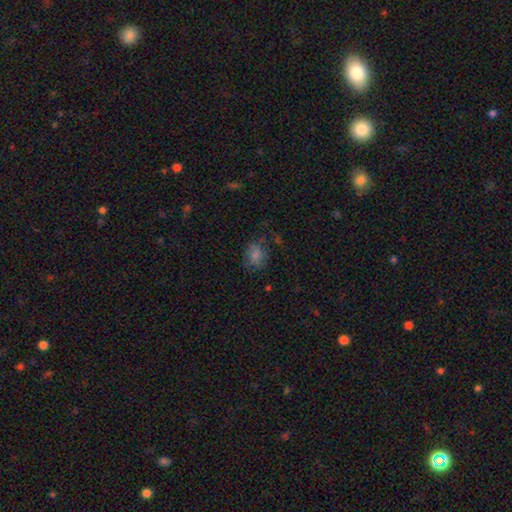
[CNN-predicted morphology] Q: Smooth or featured?
A: smooth (69%); runner-up: featured or disk (16%)
Q: How rounded?
A: round (53%); runner-up: in between (46%)
Q: Merging?
A: none (65%); runner-up: minor disturbance (22%)